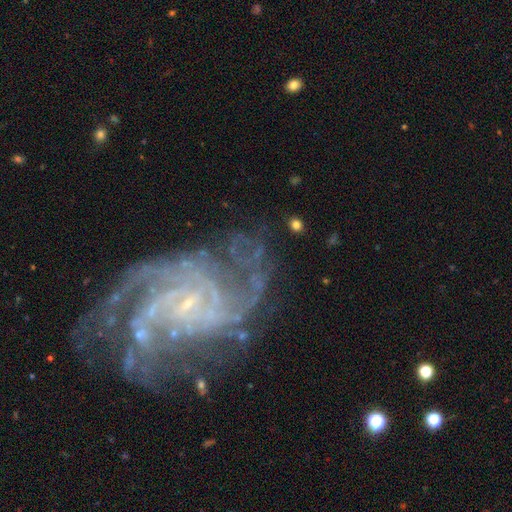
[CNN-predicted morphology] A featured or disk galaxy (89%) with no bar (48%), medium (44%) spiral arms (97%) and a small central bulge (78%).

Vote fractions:
- Smooth or featured? featured or disk: 89% / star or artifact: 7% / smooth: 4%
- Edge-on disk? no: 98% / yes: 2%
- Bar? no: 48% / weak: 40% / strong: 12%
- Spiral arms? yes: 97% / no: 3%
- Spiral winding? medium: 44% / tight: 42% / loose: 14%
- Spiral arm count? can't tell: 23% / 3: 19% / 4: 19% / 2: 18% / more than 4: 12% / 1: 9%
- Bulge size? small: 78% / none: 12% / moderate: 7% / large: 1% / dominant: 1%
- Merging? none: 57% / minor disturbance: 19% / major disturbance: 19% / merger: 5%